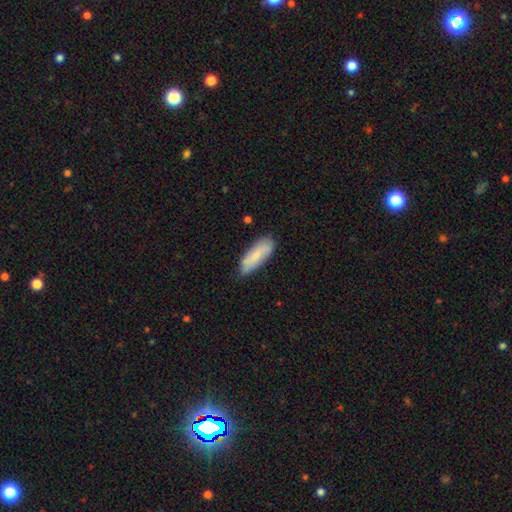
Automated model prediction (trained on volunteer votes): This appears to be a smooth galaxy with no disk features (75%) that is in between round and cigar-shaped (61%). Merging: none (71%).